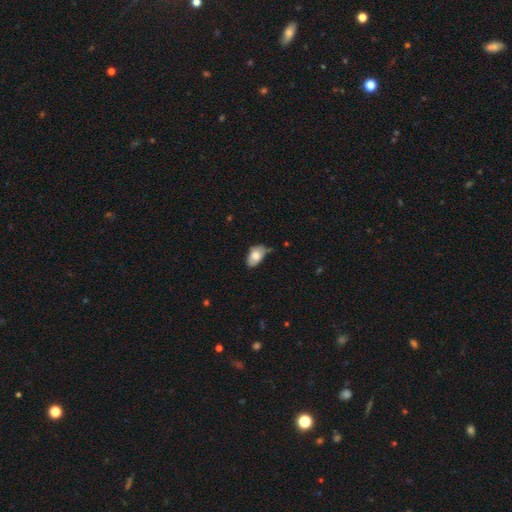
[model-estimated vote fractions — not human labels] Smooth or featured: smooth — 76% (featured or disk — 16%)
How rounded: in between — 91% (round — 8%)
Merging: none — 44% (minor disturbance — 41%)